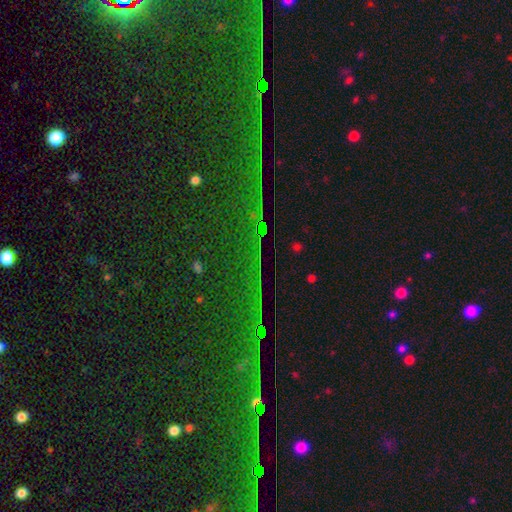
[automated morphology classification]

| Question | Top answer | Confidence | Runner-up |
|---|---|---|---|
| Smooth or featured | star or artifact | 81% | smooth (11%) |